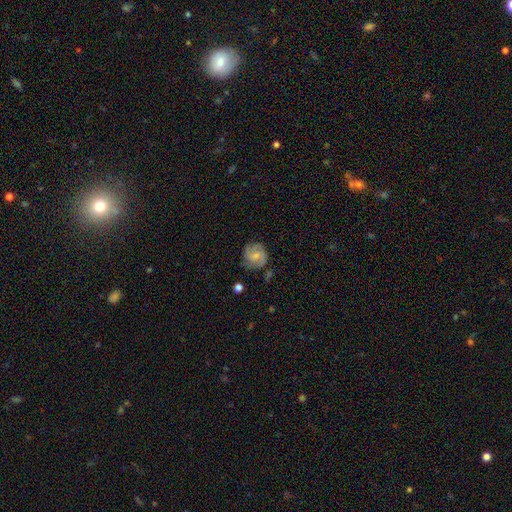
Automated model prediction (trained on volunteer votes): Smooth or featured: featured or disk — 50% (smooth — 42%)
Edge-on disk: no — 98% (yes — 2%)
Merging: none — 71% (minor disturbance — 20%)